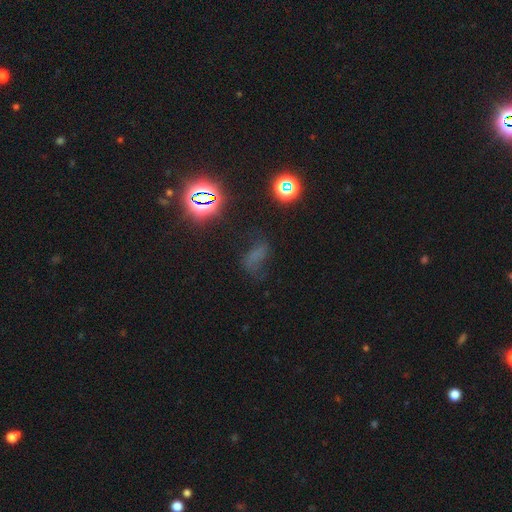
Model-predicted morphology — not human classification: Smooth or featured?
  - star or artifact: 38% *
  - smooth: 37%
  - featured or disk: 25%